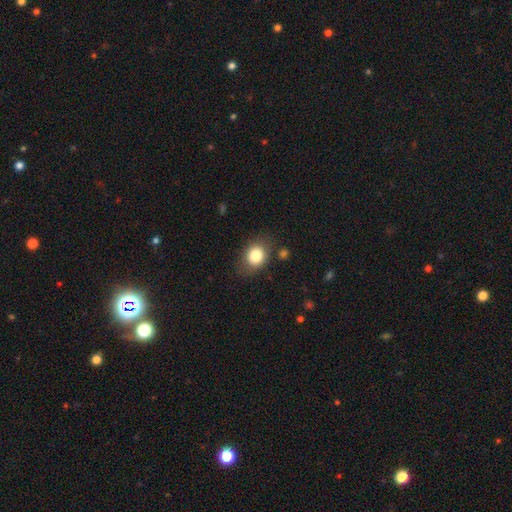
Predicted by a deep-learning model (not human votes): Smooth or featured: smooth — 82% (star or artifact — 9%)
How rounded: in between — 50% (round — 49%)
Merging: none — 77% (minor disturbance — 15%)